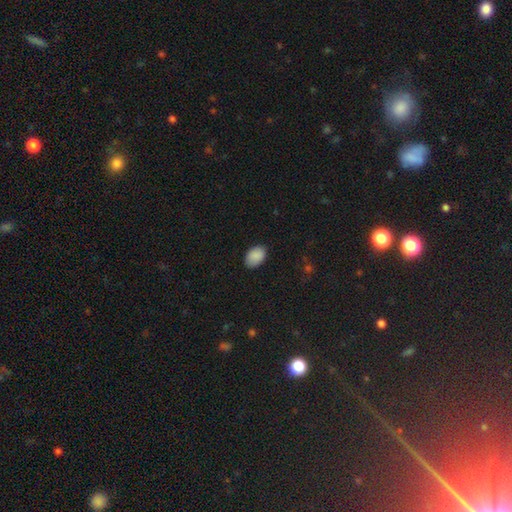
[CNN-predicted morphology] This appears to be a smooth galaxy with no disk features (90%) that is in between round and cigar-shaped (86%). Merging: none (85%).